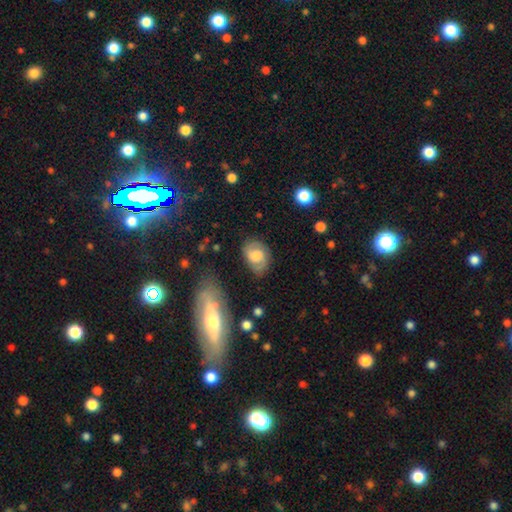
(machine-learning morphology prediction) type=smooth (46%, tied with featured or disk); merging=none (69%).